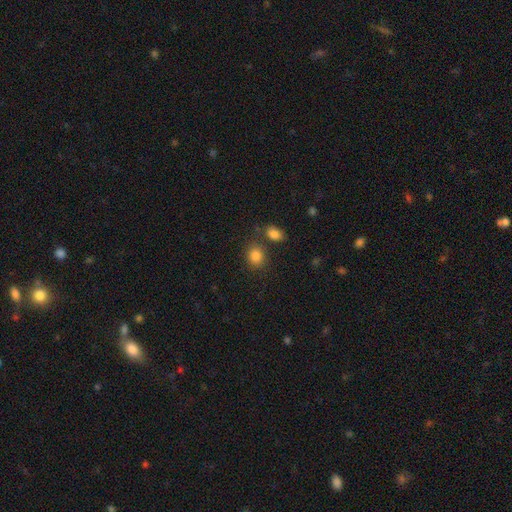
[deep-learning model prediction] Smooth or featured? Predicted: smooth (p=0.85). How rounded? Predicted: round (p=0.58). Merging? Predicted: none (p=0.72).